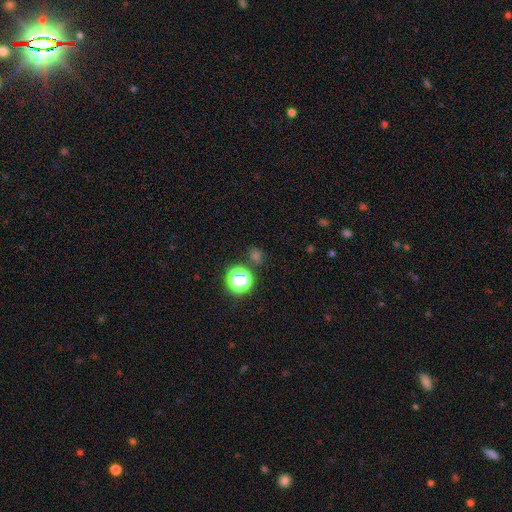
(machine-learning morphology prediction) Smooth or featured: star or artifact — 49% (smooth — 45%)